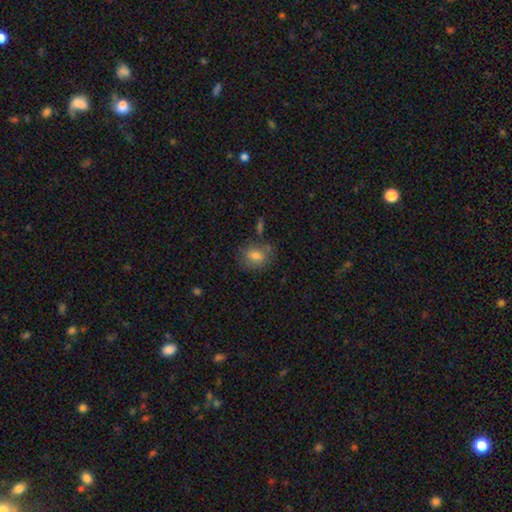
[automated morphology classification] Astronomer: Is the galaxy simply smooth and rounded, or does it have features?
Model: smooth — 76%.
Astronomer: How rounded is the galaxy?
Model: in between — 55% (runner-up: round, 44%).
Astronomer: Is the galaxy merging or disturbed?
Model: none — 74%.